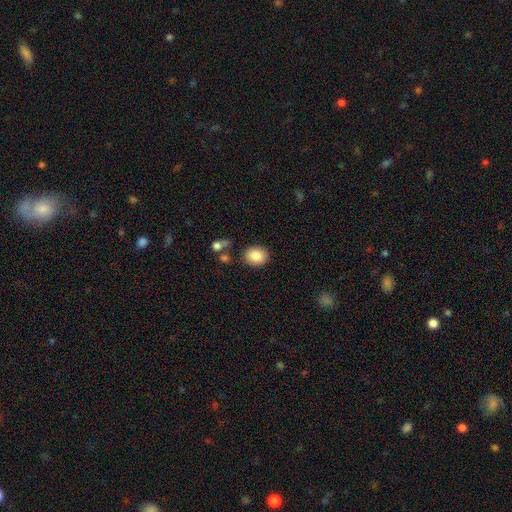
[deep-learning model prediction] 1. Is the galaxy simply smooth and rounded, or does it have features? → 85% smooth, 8% star or artifact, 7% featured or disk.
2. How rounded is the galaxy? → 60% round, 39% in between, 1% cigar-shaped.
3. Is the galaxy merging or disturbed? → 85% none, 9% minor disturbance, 3% merger, 3% major disturbance.